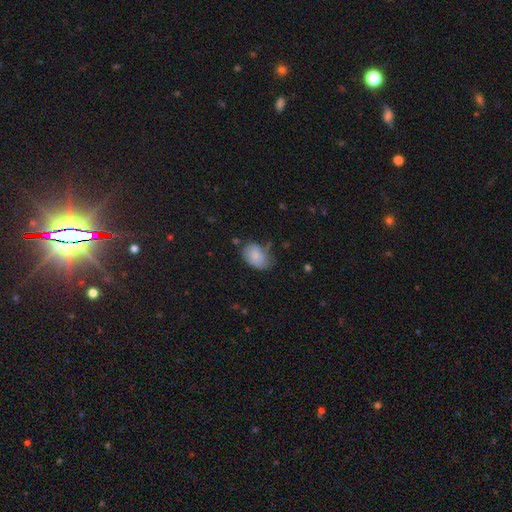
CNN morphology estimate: Smooth or featured: smooth — 79% (featured or disk — 13%)
How rounded: in between — 83% (round — 16%)
Merging: none — 50% (minor disturbance — 35%)